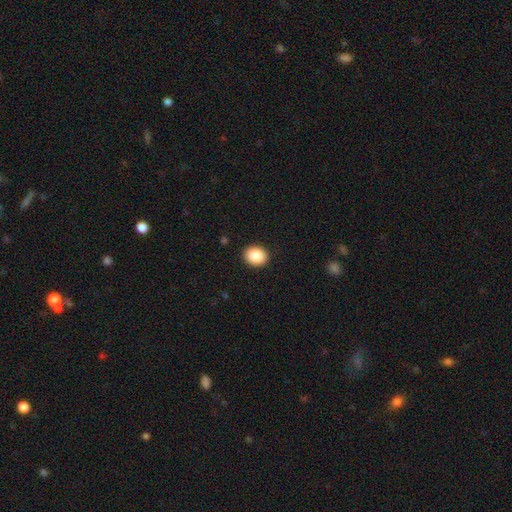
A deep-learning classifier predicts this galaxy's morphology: Q: Smooth or featured?
A: smooth (88%); runner-up: star or artifact (8%)
Q: How rounded?
A: round (56%); runner-up: in between (43%)
Q: Merging?
A: none (91%); runner-up: minor disturbance (6%)